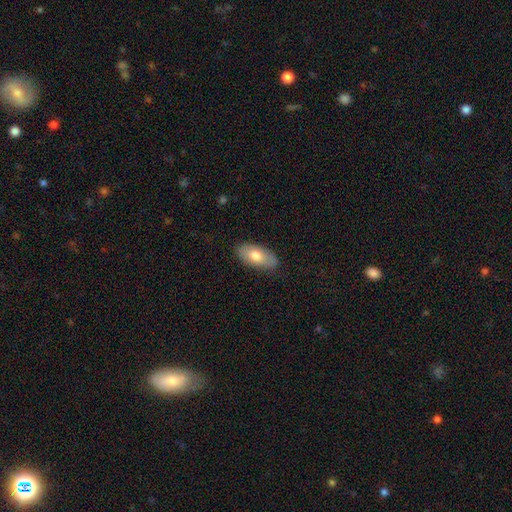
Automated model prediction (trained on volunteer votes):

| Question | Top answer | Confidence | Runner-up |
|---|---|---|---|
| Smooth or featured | smooth | 74% | featured or disk (20%) |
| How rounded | in between | 91% | cigar-shaped (7%) |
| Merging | none | 84% | minor disturbance (12%) |